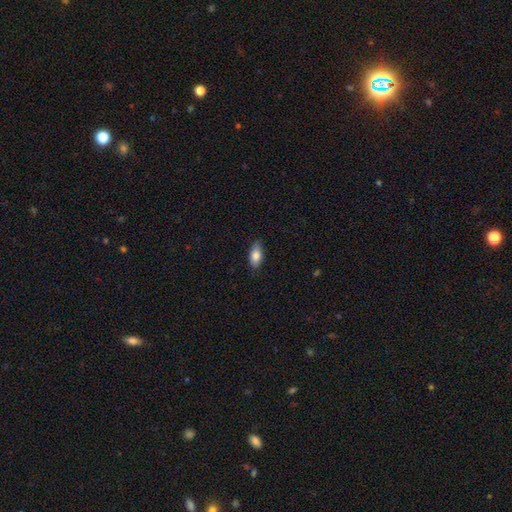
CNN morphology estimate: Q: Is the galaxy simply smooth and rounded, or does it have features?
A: smooth — 83%.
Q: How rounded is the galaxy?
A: in between — 89%.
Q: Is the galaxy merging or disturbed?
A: none — 85%.